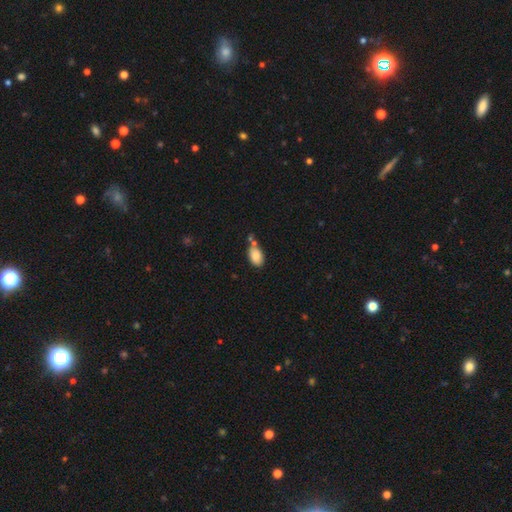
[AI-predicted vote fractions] smooth-or-featured: smooth: 83% | featured or disk: 9% | star or artifact: 7%
  how-rounded: in between: 90% | round: 8% | cigar-shaped: 2%
  merging: none: 54% | minor disturbance: 21% | merger: 20% | major disturbance: 5%